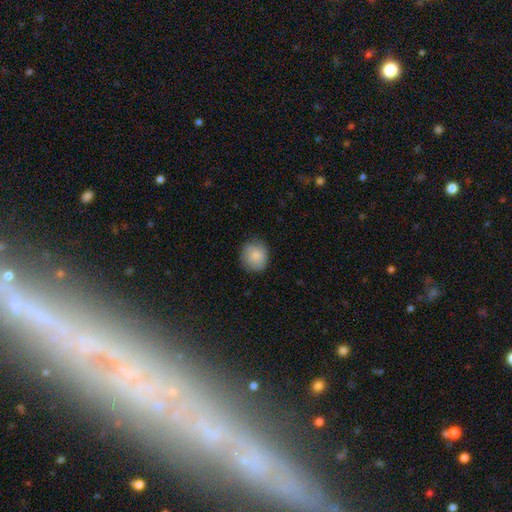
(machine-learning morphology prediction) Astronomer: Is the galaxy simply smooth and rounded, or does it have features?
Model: smooth — 85%.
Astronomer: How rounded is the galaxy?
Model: round — 84%.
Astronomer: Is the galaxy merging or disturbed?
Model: none — 81%.